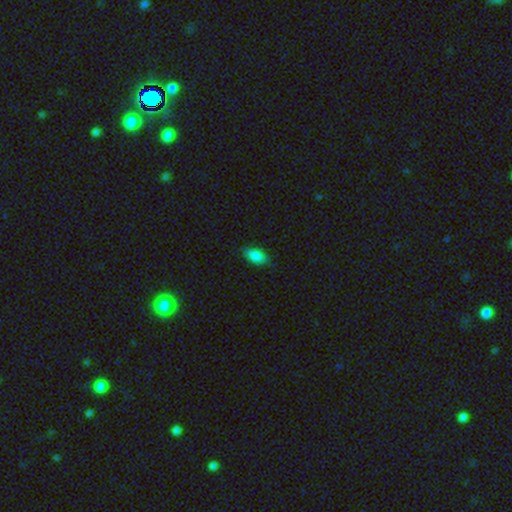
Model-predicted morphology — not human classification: smooth 86%, star or artifact 9%, featured or disk 5%. Down the decision tree: how rounded — in between (90%); merging — none (81%).